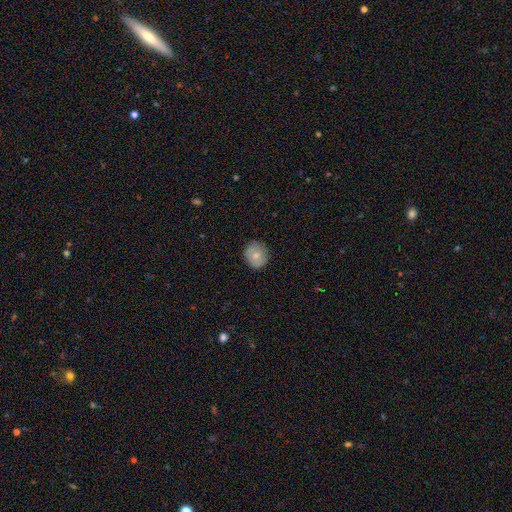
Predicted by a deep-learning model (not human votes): smooth-or-featured: smooth: 72% | featured or disk: 21% | star or artifact: 8%
  how-rounded: round: 82% | in between: 17% | cigar-shaped: 1%
  merging: none: 84% | minor disturbance: 12% | major disturbance: 2% | merger: 1%